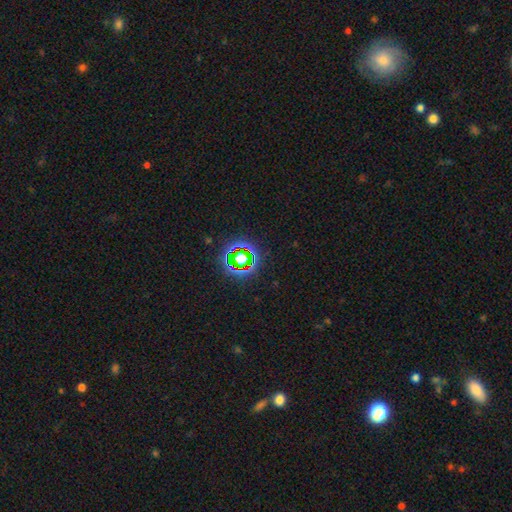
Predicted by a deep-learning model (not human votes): Smooth or featured: star or artifact — 76% (smooth — 15%)